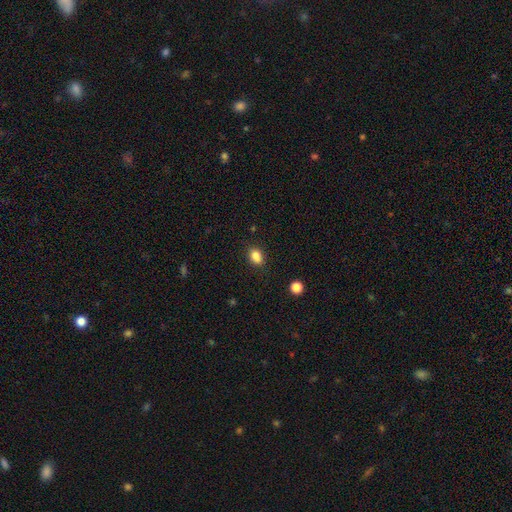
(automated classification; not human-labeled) Smooth or featured?
  - smooth: 84% *
  - star or artifact: 10%
  - featured or disk: 5%
How rounded?
  - in between: 70% *
  - round: 29%
  - cigar-shaped: 1%
Merging?
  - none: 82% *
  - minor disturbance: 12%
  - merger: 3%
  - major disturbance: 3%